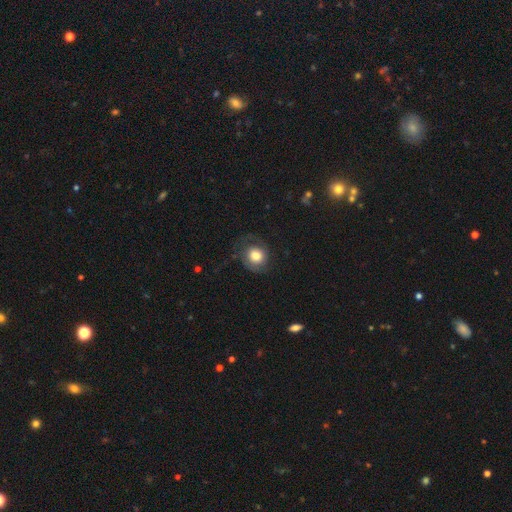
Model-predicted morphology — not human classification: Smooth or featured? Predicted: smooth (p=0.67). How rounded? Predicted: round (p=0.75). Merging? Predicted: none (p=0.60).